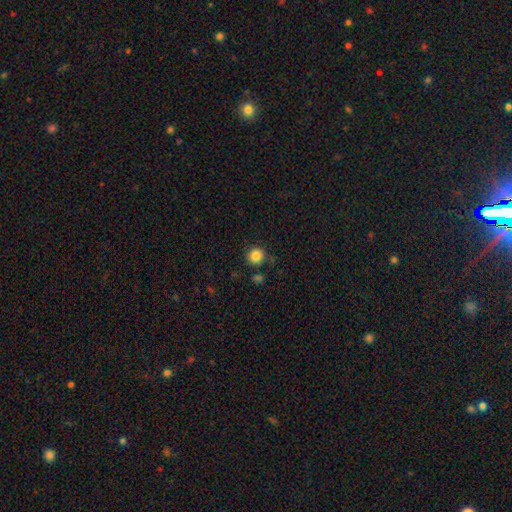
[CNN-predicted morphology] This is clearly a smooth galaxy (85%). How rounded: clearly round (94%). Merging: clearly none (83%).